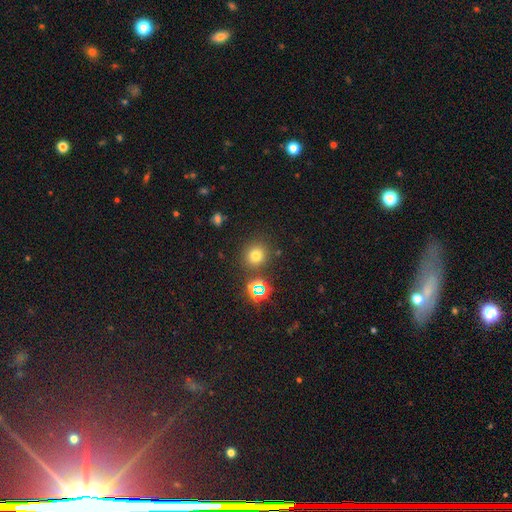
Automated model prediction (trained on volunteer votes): Smooth or featured?
  - smooth: 69% *
  - star or artifact: 23%
  - featured or disk: 7%
How rounded?
  - round: 87% *
  - in between: 12%
  - cigar-shaped: 1%
Merging?
  - none: 83% *
  - minor disturbance: 8%
  - merger: 6%
  - major disturbance: 3%